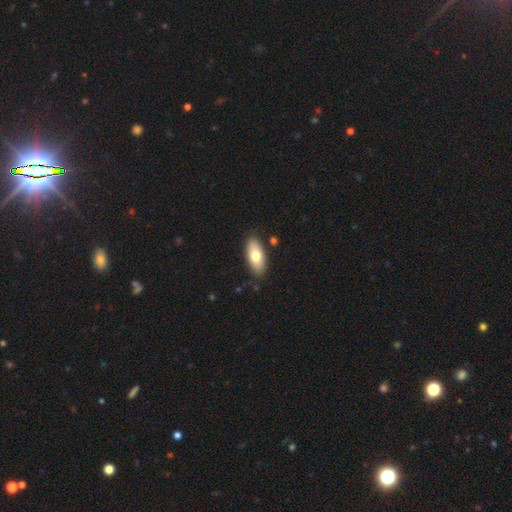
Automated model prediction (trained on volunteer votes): Overall: smooth (71%). How rounded: in between (87%). Merging: none (85%).